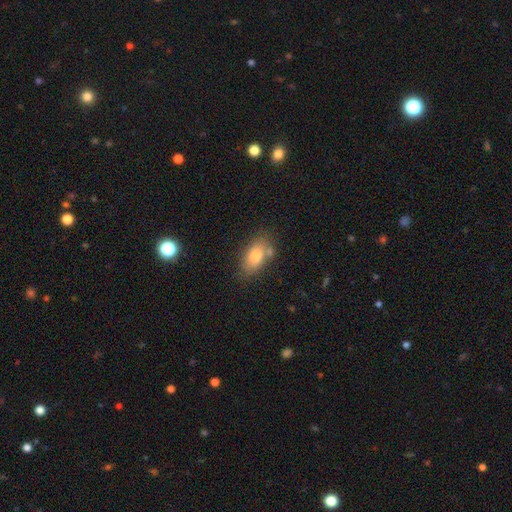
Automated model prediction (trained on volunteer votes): A smooth galaxy with no disk features (75%) that is in between round and cigar-shaped (88%). Merging: none (72%).